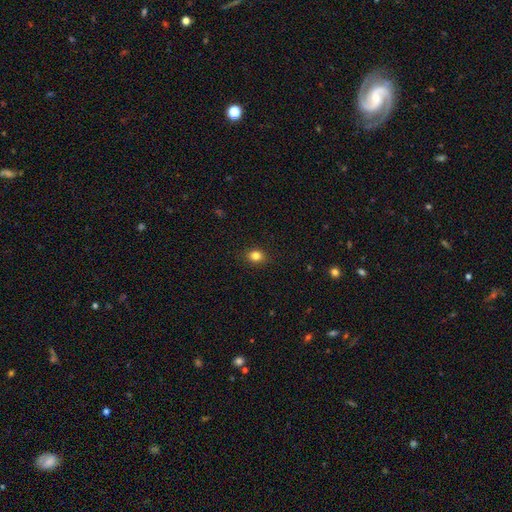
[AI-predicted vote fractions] This appears to be a smooth galaxy with no disk features (83%) that is round (56%). Merging: none (89%).